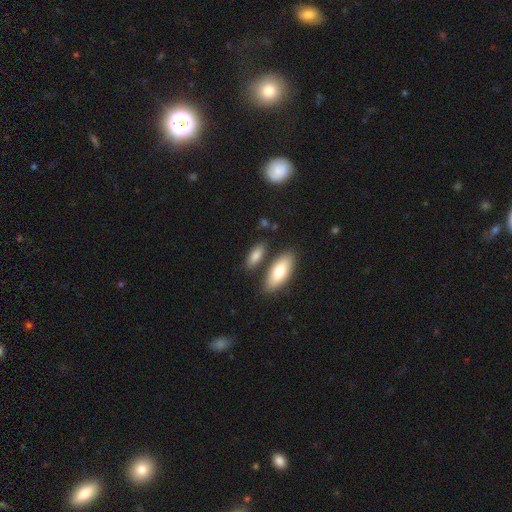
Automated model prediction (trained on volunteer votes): Smooth or featured? smooth (81%)
How rounded? in between (75%)
Merging? none (71%)